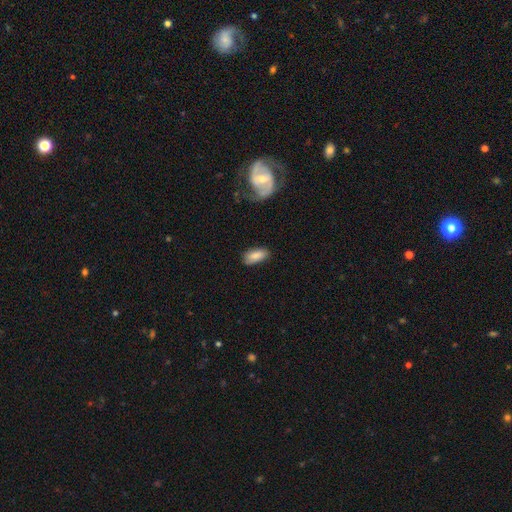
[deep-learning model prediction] The model was most divided on "merging": none: 74%, minor disturbance: 19%, major disturbance: 4%, merger: 2%. More confident: how rounded — in between (90%); smooth or featured — smooth (83%).